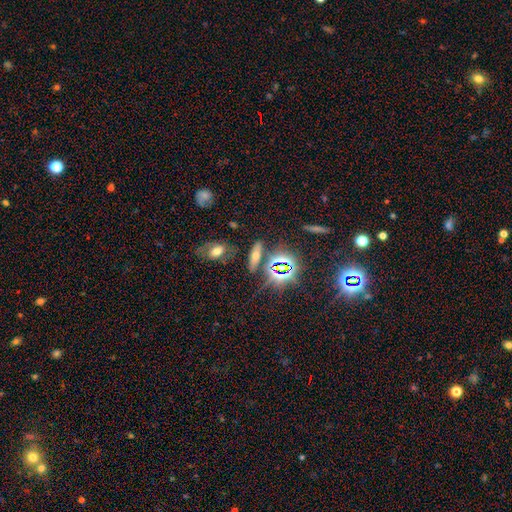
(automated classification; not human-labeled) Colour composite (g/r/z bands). It shows a star or artifact, not a galaxy (41%).